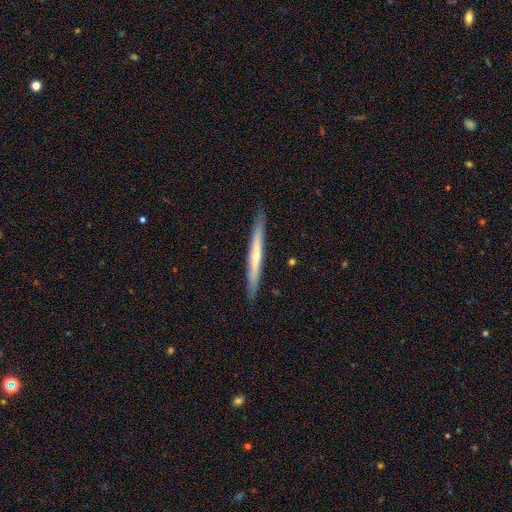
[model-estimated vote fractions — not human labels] featured or disk 61%, smooth 32%, star or artifact 7%. Down the decision tree: edge-on disk — yes (97%); edge-on bulge — rounded (51%); merging — none (91%).